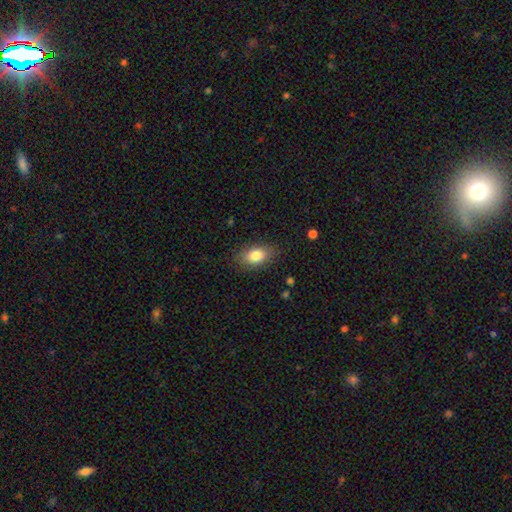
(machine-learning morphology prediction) type=smooth (82%); roundness=in between (88%); merging=none (82%).